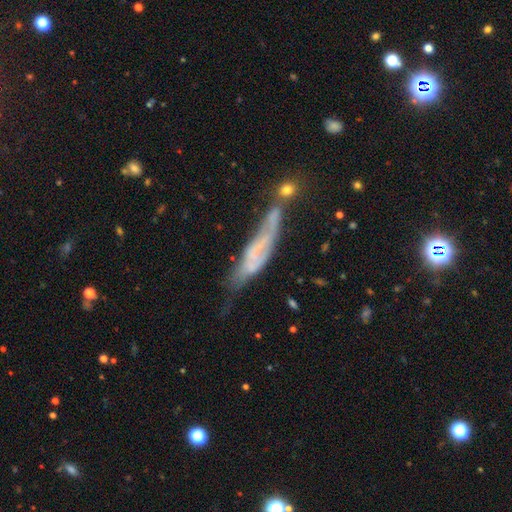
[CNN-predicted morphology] Smooth or featured?
  - featured or disk: 53% *
  - smooth: 36%
  - star or artifact: 11%
Edge-on disk?
  - yes: 54% *
  - no: 46%
Merging?
  - none: 32% *
  - minor disturbance: 26%
  - major disturbance: 21%
  - merger: 20%